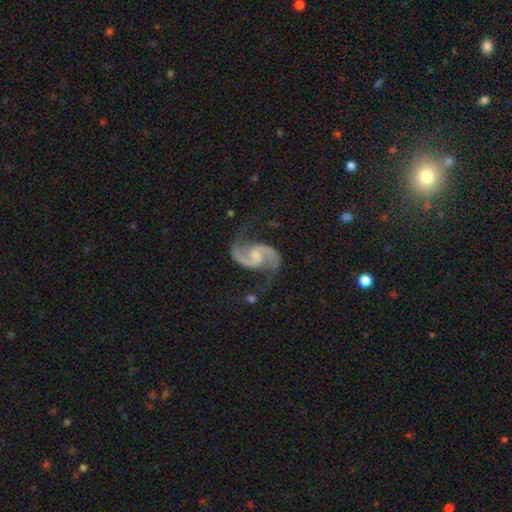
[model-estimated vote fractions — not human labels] Morphology: type=featured or disk (93%); edge-on=no (98%); bar=weak (46%); spiral arms=yes (98%); winding=medium (52%); arm count=2 (94%); bulge=small (39%); merging=none (71%).